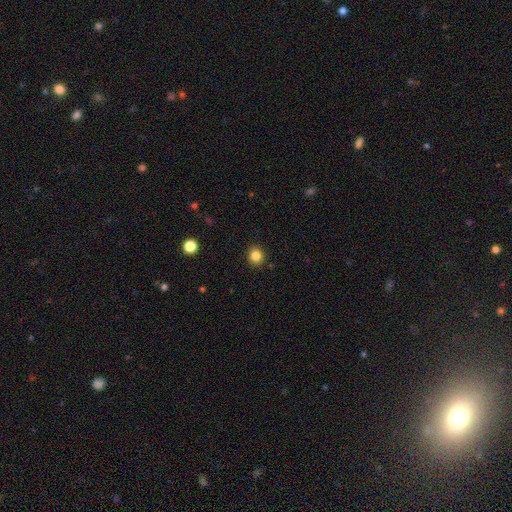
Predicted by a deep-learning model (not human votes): smooth_or_featured: smooth (p=0.84) [alt: star or artifact p=0.12]
how_rounded: round (p=0.86) [alt: in between p=0.13]
merging: none (p=0.91) [alt: minor disturbance p=0.06]